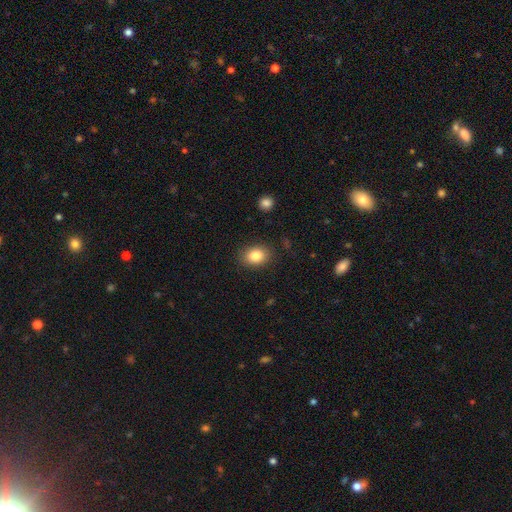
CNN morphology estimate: Smooth or featured?
  - smooth: 84% *
  - star or artifact: 9%
  - featured or disk: 7%
How rounded?
  - in between: 64% *
  - round: 35%
  - cigar-shaped: 1%
Merging?
  - none: 86% *
  - minor disturbance: 10%
  - major disturbance: 3%
  - merger: 1%